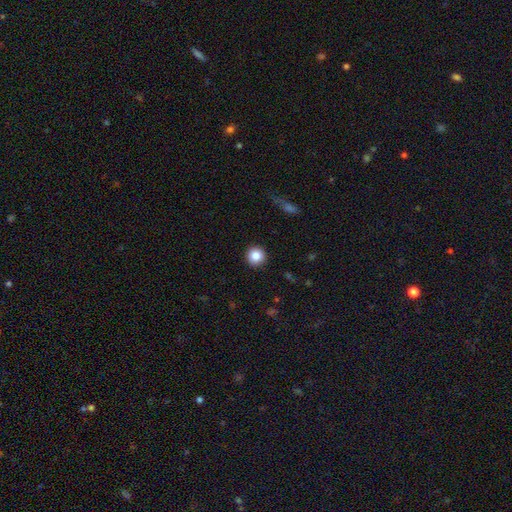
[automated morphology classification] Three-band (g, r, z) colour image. It shows a smooth galaxy with no disk features (85%) that is round (95%). Merging: none (92%).